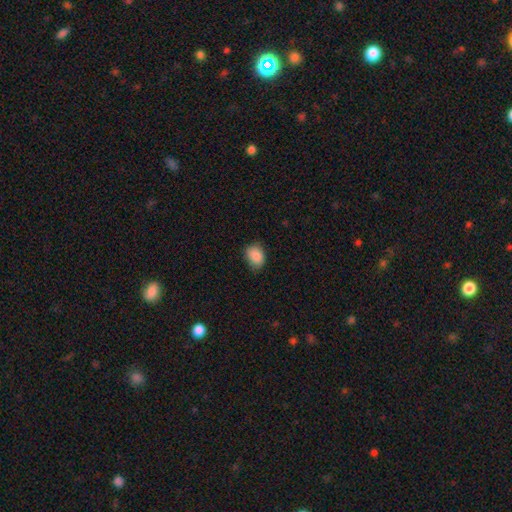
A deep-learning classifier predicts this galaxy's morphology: Smooth or featured? Predicted: smooth (p=0.88). How rounded? Predicted: in between (p=0.69). Merging? Predicted: none (p=0.77).